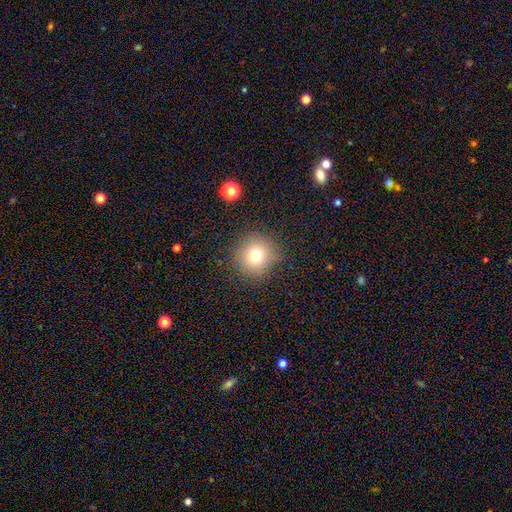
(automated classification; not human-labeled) Smooth or featured?
  - smooth: 74% *
  - star or artifact: 15%
  - featured or disk: 11%
How rounded?
  - round: 93% *
  - in between: 6%
  - cigar-shaped: 1%
Merging?
  - none: 86% *
  - minor disturbance: 9%
  - major disturbance: 4%
  - merger: 2%